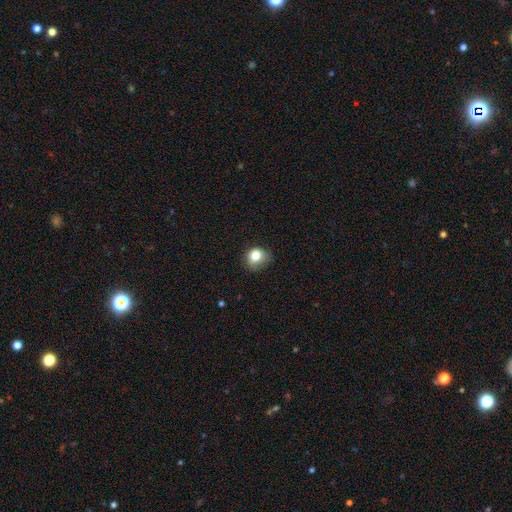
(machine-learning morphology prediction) This is clearly a smooth galaxy (80%). How rounded: likely round (70%). Merging: likely none (68%).